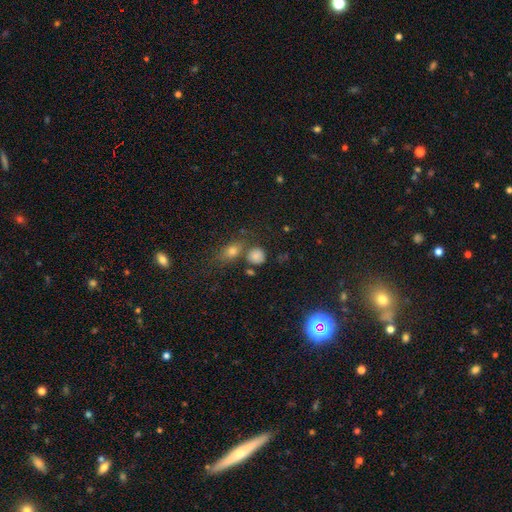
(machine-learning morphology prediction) Smooth or featured? smooth (68%)
How rounded? round (77%)
Merging? none (66%)